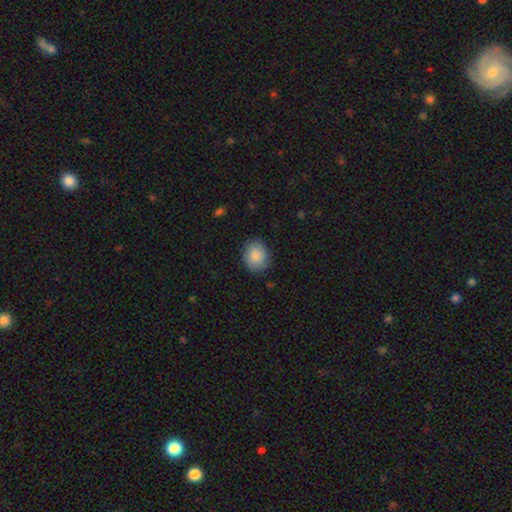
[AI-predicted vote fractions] smooth-or-featured: smooth: 87% | star or artifact: 7% | featured or disk: 6%
  how-rounded: round: 64% | in between: 35% | cigar-shaped: 1%
  merging: none: 83% | minor disturbance: 13% | major disturbance: 3% | merger: 1%